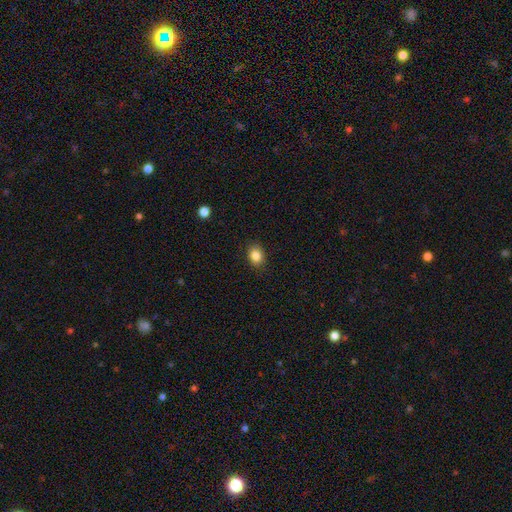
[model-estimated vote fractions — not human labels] Q: Smooth or featured?
A: smooth (85%); runner-up: star or artifact (10%)
Q: How rounded?
A: in between (54%); runner-up: round (45%)
Q: Merging?
A: none (88%); runner-up: minor disturbance (9%)